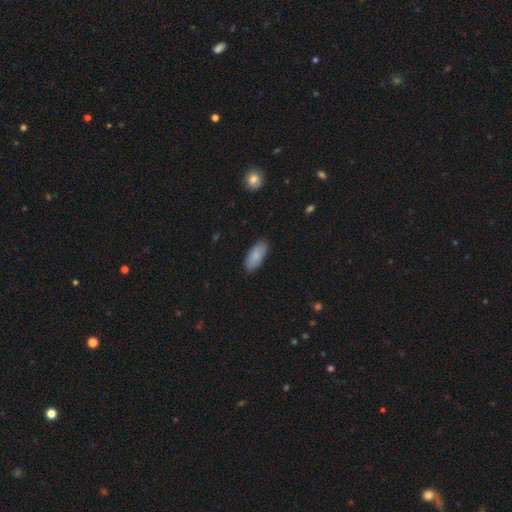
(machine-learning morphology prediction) smooth_or_featured: smooth (p=0.84) [alt: featured or disk p=0.10]
how_rounded: in between (p=0.87) [alt: cigar-shaped p=0.11]
merging: none (p=0.86) [alt: minor disturbance p=0.10]